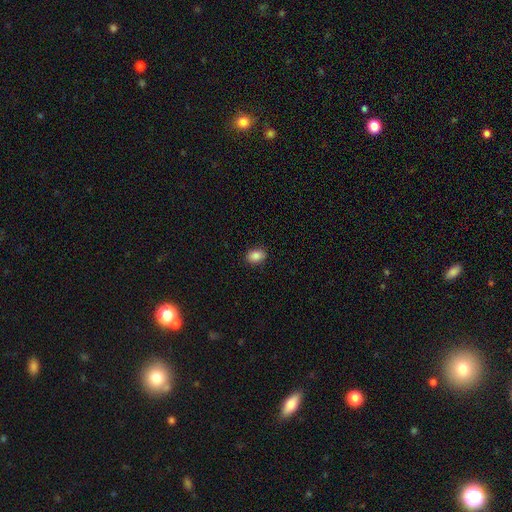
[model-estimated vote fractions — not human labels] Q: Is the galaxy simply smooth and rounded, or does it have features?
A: smooth — 87%.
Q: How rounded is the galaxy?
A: in between — 75%.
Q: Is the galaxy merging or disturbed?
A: none — 89%.